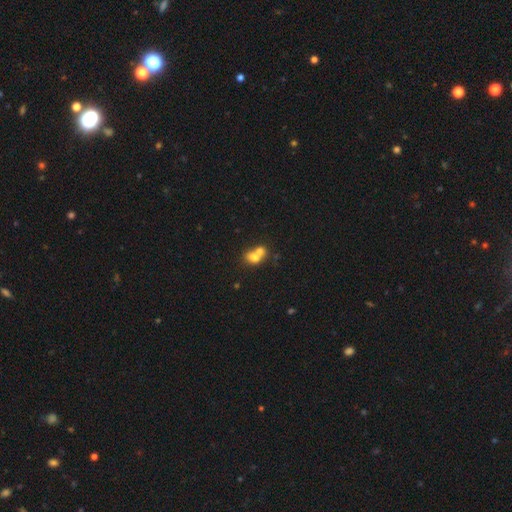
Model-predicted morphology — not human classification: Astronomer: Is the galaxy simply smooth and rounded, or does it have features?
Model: smooth — 71%.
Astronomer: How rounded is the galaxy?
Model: round — 52% (runner-up: in between, 46%).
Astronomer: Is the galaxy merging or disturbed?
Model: merger — 69%.